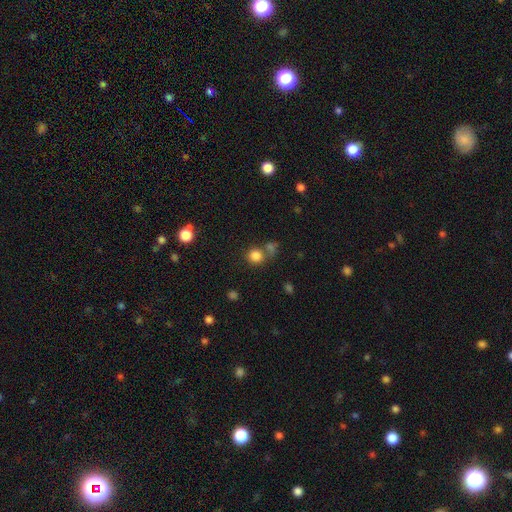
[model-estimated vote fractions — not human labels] Smooth or featured?
  - smooth: 82% *
  - star or artifact: 13%
  - featured or disk: 5%
How rounded?
  - round: 87% *
  - in between: 12%
  - cigar-shaped: 1%
Merging?
  - none: 66% *
  - merger: 21%
  - minor disturbance: 9%
  - major disturbance: 4%